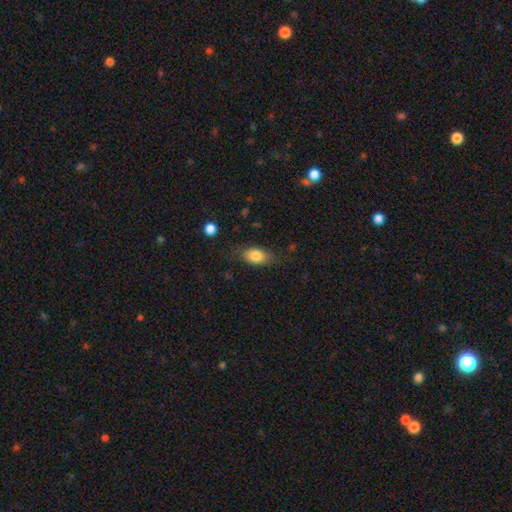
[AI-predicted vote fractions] A smooth galaxy with no disk features (82%) that is in between round and cigar-shaped (85%). Merging: none (77%).